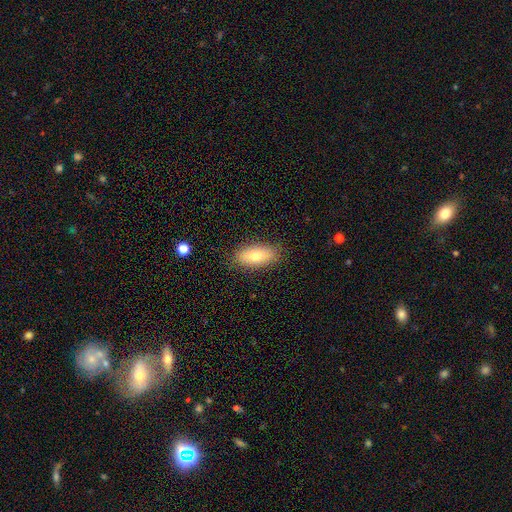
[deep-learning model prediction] The model was most divided on "smooth or featured": smooth: 75%, featured or disk: 17%, star or artifact: 7%. More confident: merging — none (86%); how rounded — in between (84%).